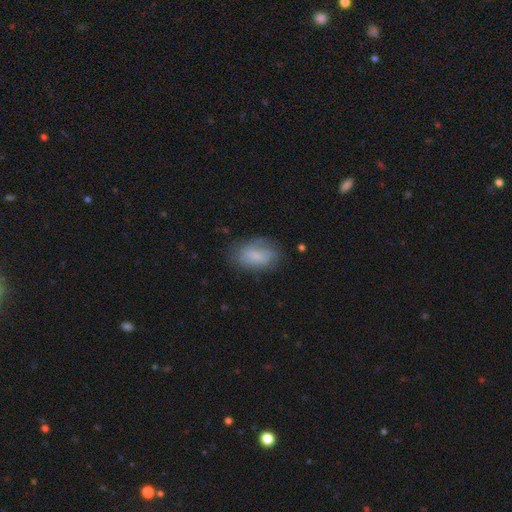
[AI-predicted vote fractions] smooth 70%, featured or disk 22%, star or artifact 8%. Down the decision tree: how rounded — in between (89%); merging — none (63%).